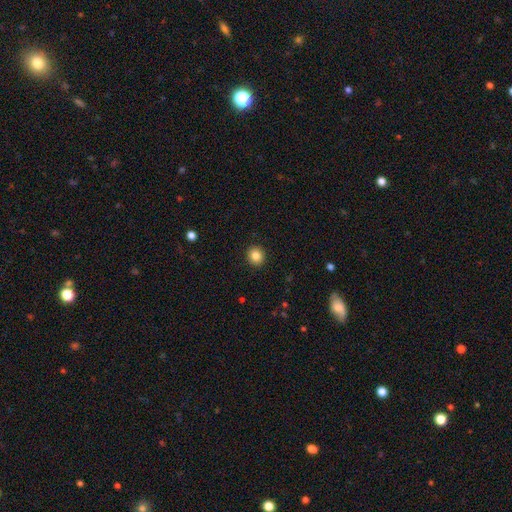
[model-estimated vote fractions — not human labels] Smooth or featured: smooth — 84% (star or artifact — 10%)
How rounded: round — 86% (in between — 13%)
Merging: none — 92% (minor disturbance — 5%)